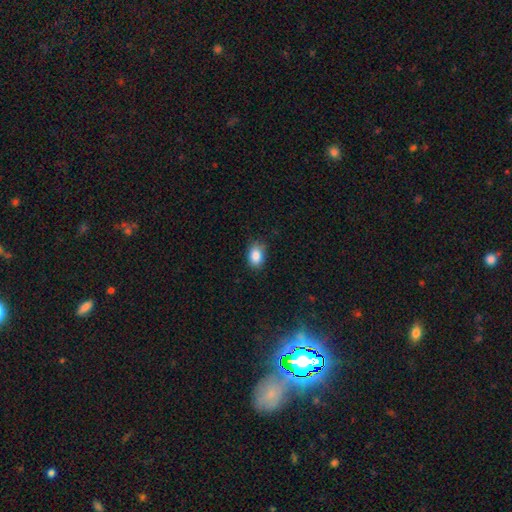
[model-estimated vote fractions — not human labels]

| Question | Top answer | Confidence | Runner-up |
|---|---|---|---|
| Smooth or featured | smooth | 86% | star or artifact (8%) |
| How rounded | in between | 79% | round (19%) |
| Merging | none | 80% | minor disturbance (16%) |